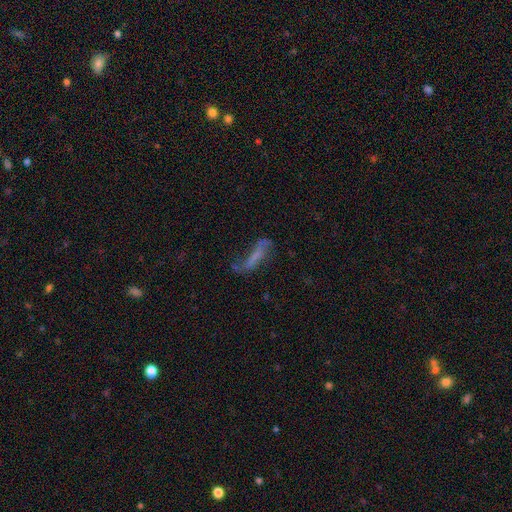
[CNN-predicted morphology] Smooth or featured: featured or disk — 47% (smooth — 41%)
Merging: none — 43% (minor disturbance — 26%)